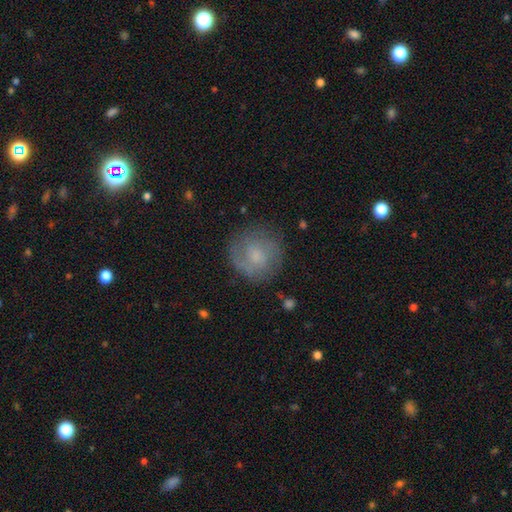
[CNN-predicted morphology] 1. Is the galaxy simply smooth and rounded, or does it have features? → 46% smooth, 45% featured or disk, 9% star or artifact.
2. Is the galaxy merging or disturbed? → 75% none, 16% minor disturbance, 7% major disturbance, 2% merger.